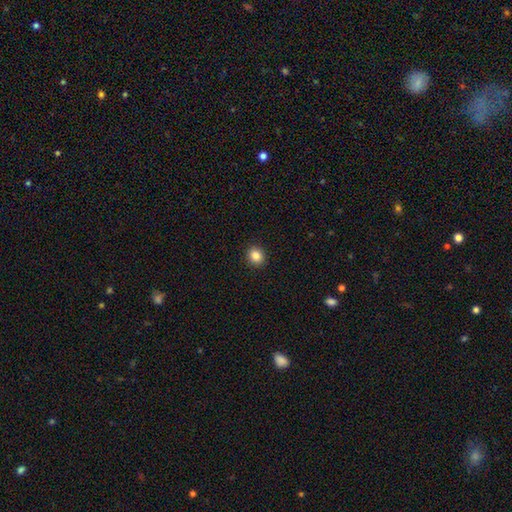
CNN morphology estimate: smooth 86%, star or artifact 10%, featured or disk 4%. Down the decision tree: how rounded — round (77%); merging — none (92%).